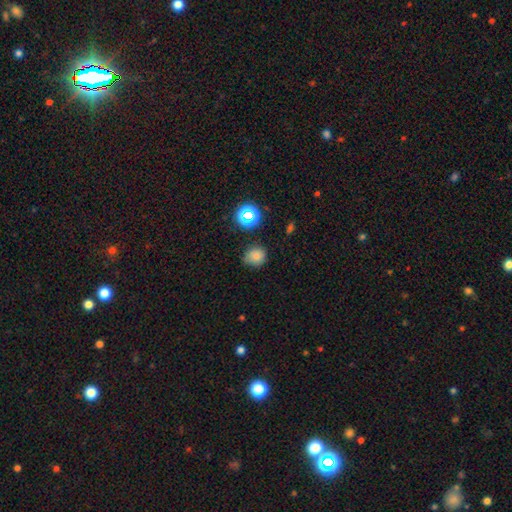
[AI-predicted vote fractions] This is likely a smooth galaxy (77%). How rounded: likely round (76%). Merging: likely none (70%).